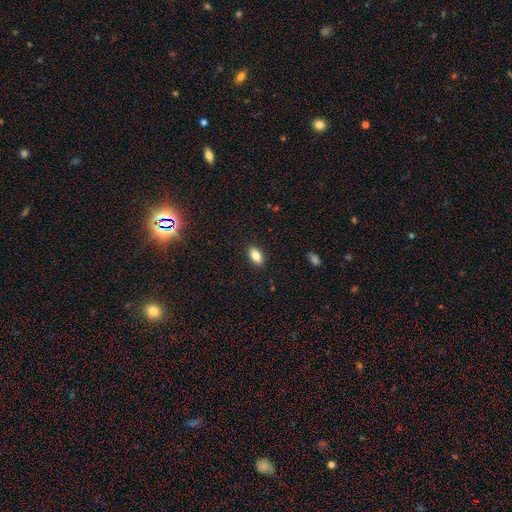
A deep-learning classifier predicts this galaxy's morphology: type=smooth (82%); roundness=in between (90%); merging=none (89%).